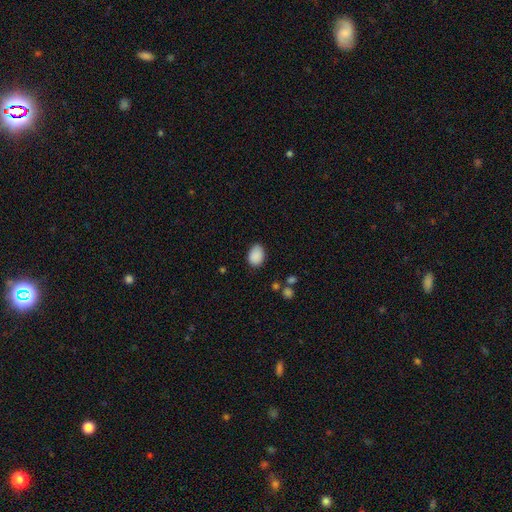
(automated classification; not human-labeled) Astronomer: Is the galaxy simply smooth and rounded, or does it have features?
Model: smooth — 89%.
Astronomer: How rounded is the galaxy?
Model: in between — 74%.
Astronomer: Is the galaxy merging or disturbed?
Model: none — 78%.